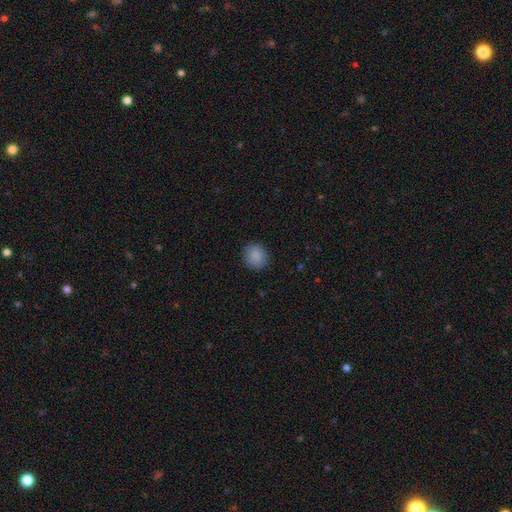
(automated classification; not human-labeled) Morphology: type=smooth (88%); roundness=round (83%); merging=none (87%).